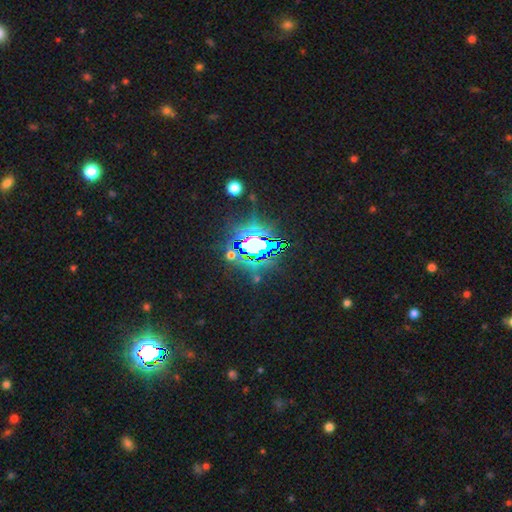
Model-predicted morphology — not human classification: smooth-or-featured: star or artifact: 84% | smooth: 9% | featured or disk: 8%